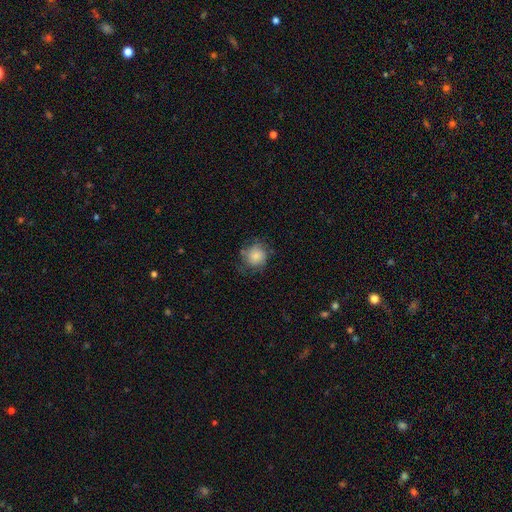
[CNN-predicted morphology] Smooth or featured? Predicted: smooth (p=0.77). How rounded? Predicted: round (p=0.86). Merging? Predicted: none (p=0.64).